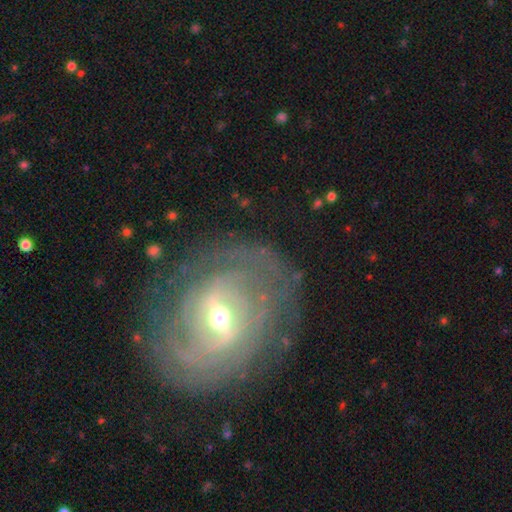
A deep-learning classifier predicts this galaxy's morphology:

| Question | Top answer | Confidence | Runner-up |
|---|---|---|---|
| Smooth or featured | featured or disk | 86% | smooth (8%) |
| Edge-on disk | no | 95% | yes (5%) |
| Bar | weak | 45% | strong (42%) |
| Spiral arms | yes | 91% | no (9%) |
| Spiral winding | tight | 63% | medium (28%) |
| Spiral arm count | can't tell | 37% | 2 (31%) |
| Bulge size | moderate | 56% | small (39%) |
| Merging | none | 75% | minor disturbance (15%) |